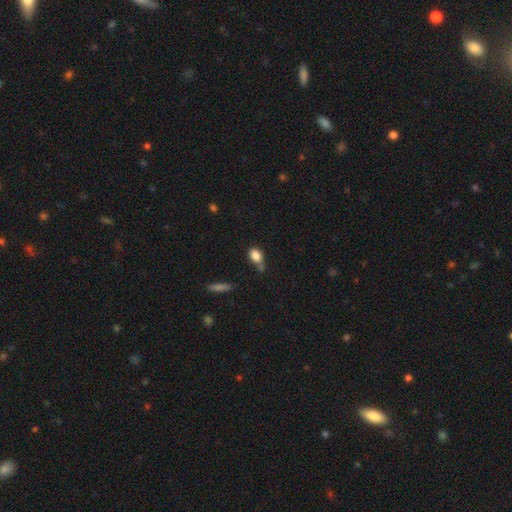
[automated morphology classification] Q: Smooth or featured?
A: smooth (83%); runner-up: star or artifact (9%)
Q: How rounded?
A: in between (75%); runner-up: round (22%)
Q: Merging?
A: none (49%); runner-up: minor disturbance (27%)